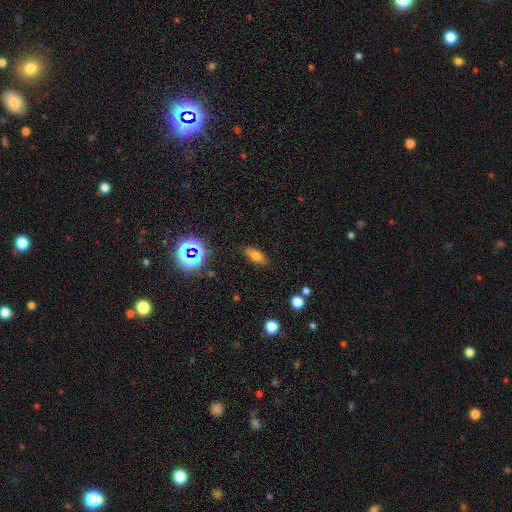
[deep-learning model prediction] Q: Smooth or featured?
A: smooth (70%); runner-up: featured or disk (15%)
Q: How rounded?
A: in between (76%); runner-up: cigar-shaped (19%)
Q: Merging?
A: none (85%); runner-up: minor disturbance (11%)